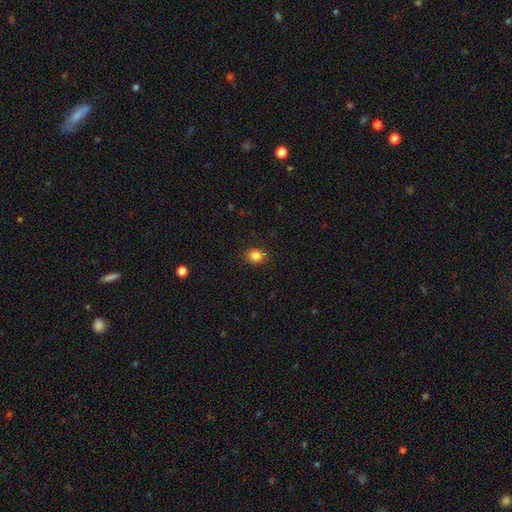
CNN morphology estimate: This appears to be a smooth galaxy with no disk features (85%) that is round (52%). Merging: none (89%).